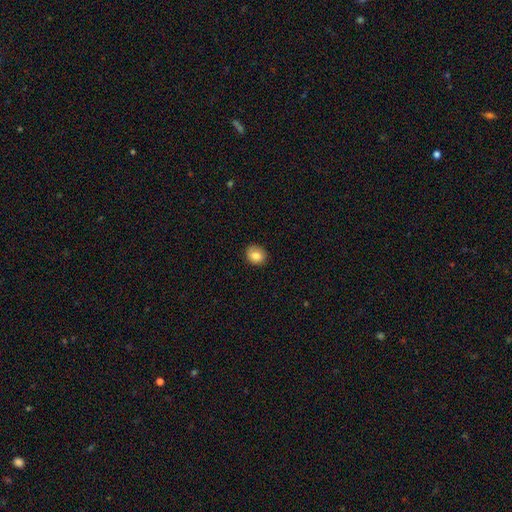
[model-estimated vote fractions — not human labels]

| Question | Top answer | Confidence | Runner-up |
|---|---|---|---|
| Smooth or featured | smooth | 83% | star or artifact (9%) |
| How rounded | round | 72% | in between (28%) |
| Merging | none | 87% | minor disturbance (10%) |